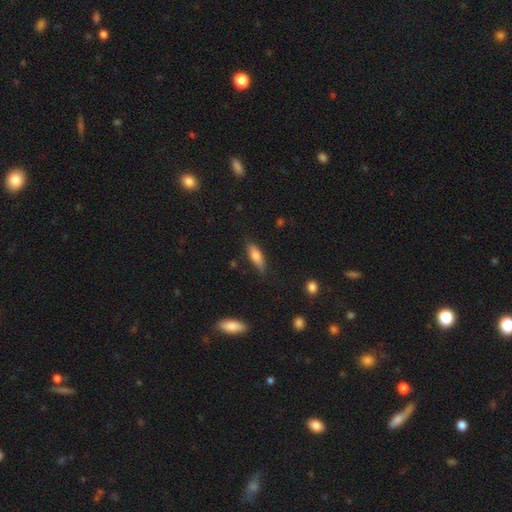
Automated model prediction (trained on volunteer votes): A smooth galaxy with no disk features (70%) that is in between round and cigar-shaped (55%).

Vote fractions:
- Smooth or featured? smooth: 70% / featured or disk: 23% / star or artifact: 7%
- How rounded? in between: 55% / cigar-shaped: 43% / round: 3%
- Merging? none: 74% / minor disturbance: 20% / major disturbance: 4% / merger: 2%